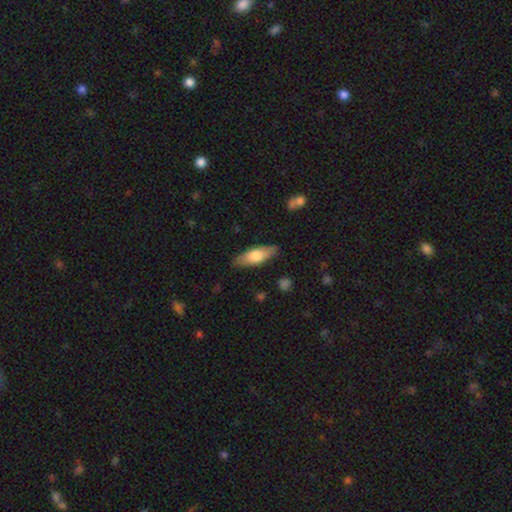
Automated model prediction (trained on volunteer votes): The model was most divided on "how rounded": in between: 61%, cigar-shaped: 37%, round: 2%. More confident: merging — none (84%); smooth or featured — smooth (66%).